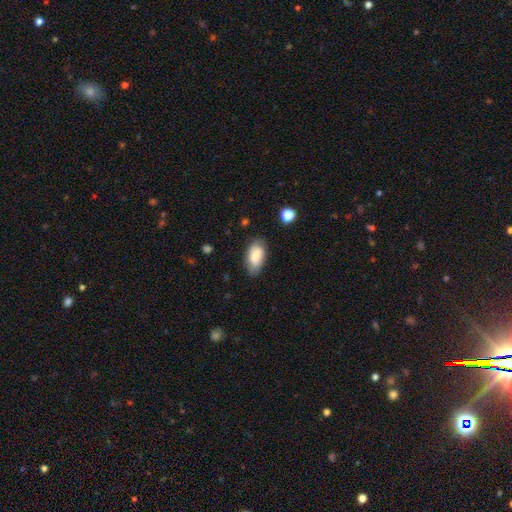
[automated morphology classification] Overall: smooth (77%). How rounded: in between (92%). Merging: none (75%).